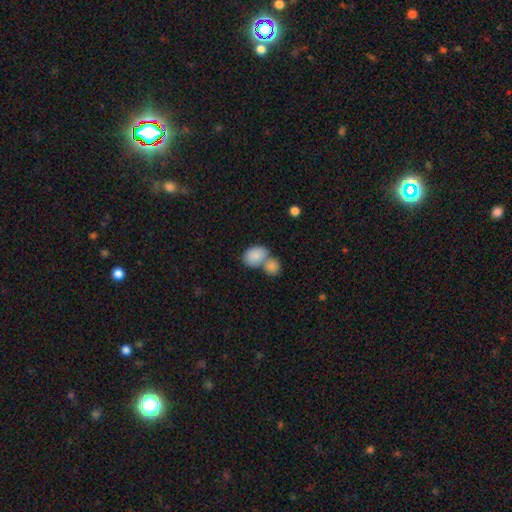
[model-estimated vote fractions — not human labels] smooth_or_featured: smooth (p=0.86) [alt: featured or disk p=0.08]
how_rounded: in between (p=0.74) [alt: round p=0.25]
merging: merger (p=0.59) [alt: none p=0.29]